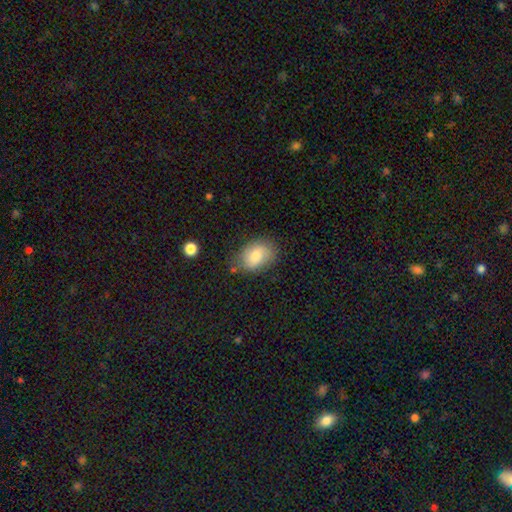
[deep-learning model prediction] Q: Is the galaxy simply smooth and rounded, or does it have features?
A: smooth — 76%.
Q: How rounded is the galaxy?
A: in between — 75%.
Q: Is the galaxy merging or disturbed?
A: none — 73%.